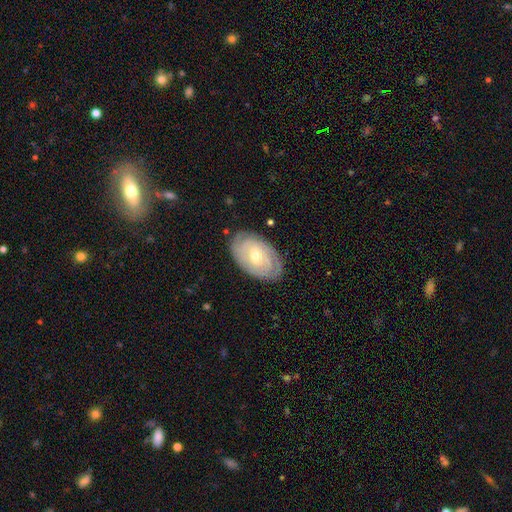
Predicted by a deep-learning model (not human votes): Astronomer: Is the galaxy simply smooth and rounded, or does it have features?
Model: featured or disk — 80%.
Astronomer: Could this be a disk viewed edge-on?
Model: no — 95%.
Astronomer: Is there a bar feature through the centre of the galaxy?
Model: weak — 47% (runner-up: no, 39%).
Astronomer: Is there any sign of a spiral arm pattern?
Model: yes — 91%.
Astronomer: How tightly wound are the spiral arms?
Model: tight — 79%.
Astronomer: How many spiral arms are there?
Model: can't tell — 38% (runner-up: 2, 33%).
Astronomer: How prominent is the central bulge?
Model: moderate — 54% (runner-up: small, 42%).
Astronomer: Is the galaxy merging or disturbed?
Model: none — 82%.